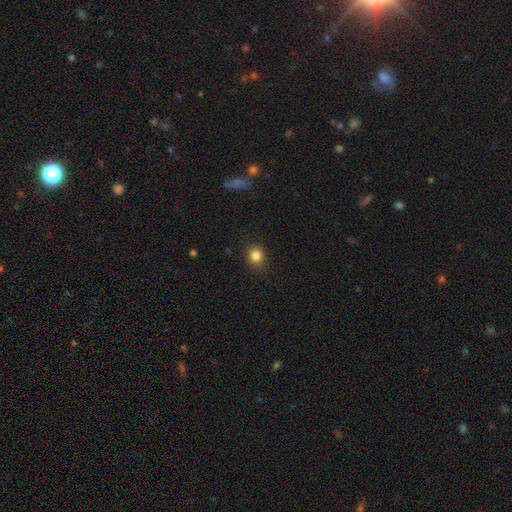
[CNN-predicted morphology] Smooth or featured?
  - smooth: 84% *
  - star or artifact: 11%
  - featured or disk: 5%
How rounded?
  - round: 77% *
  - in between: 22%
  - cigar-shaped: 1%
Merging?
  - none: 88% *
  - minor disturbance: 9%
  - major disturbance: 2%
  - merger: 1%